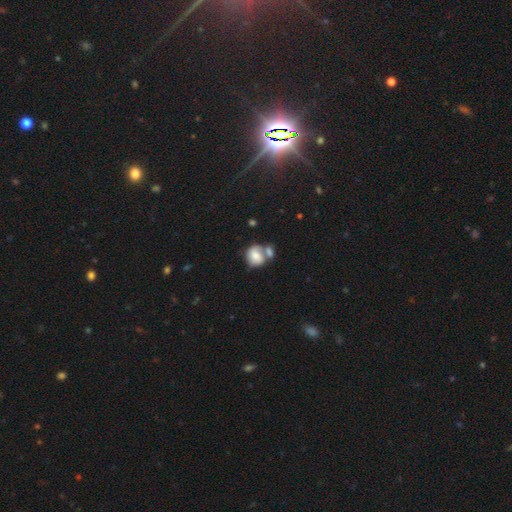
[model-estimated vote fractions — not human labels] The model was most divided on "how rounded": round: 55%, in between: 44%, cigar-shaped: 1%. More confident: smooth or featured — smooth (72%); merging — merger (52%).